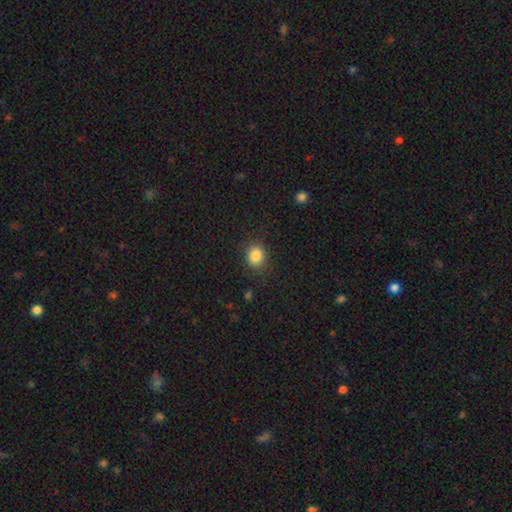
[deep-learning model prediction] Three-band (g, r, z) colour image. It shows a smooth galaxy with no disk features (84%) that is round (68%). Merging: none (83%).